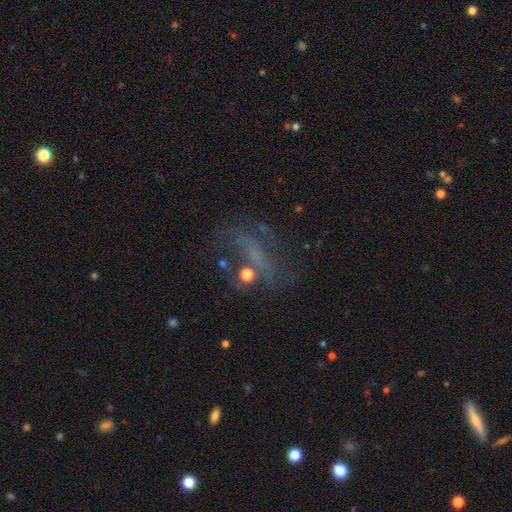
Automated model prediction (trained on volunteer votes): Q: Smooth or featured?
A: featured or disk (46%); runner-up: star or artifact (29%)
Q: Merging?
A: none (44%); runner-up: major disturbance (30%)